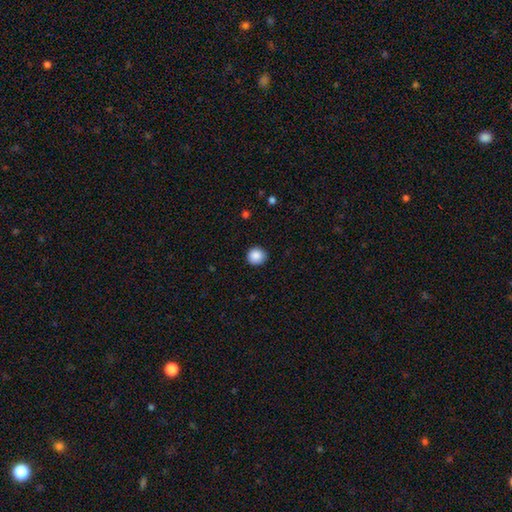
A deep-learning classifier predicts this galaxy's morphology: Q: Smooth or featured?
A: smooth (88%); runner-up: star or artifact (9%)
Q: How rounded?
A: round (92%); runner-up: in between (7%)
Q: Merging?
A: none (91%); runner-up: minor disturbance (6%)